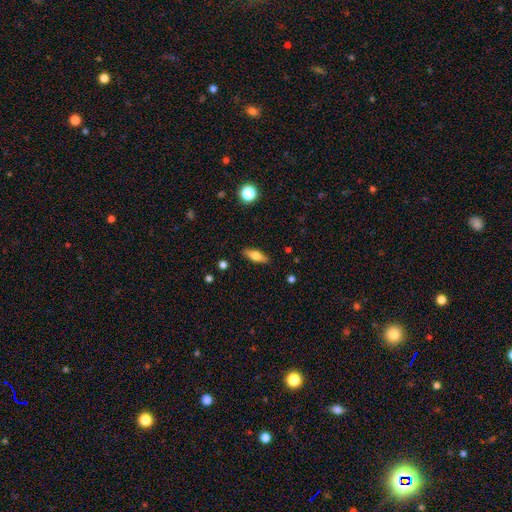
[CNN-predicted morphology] This is likely a smooth galaxy (60%). How rounded: possibly in between (60%). Merging: clearly none (88%).